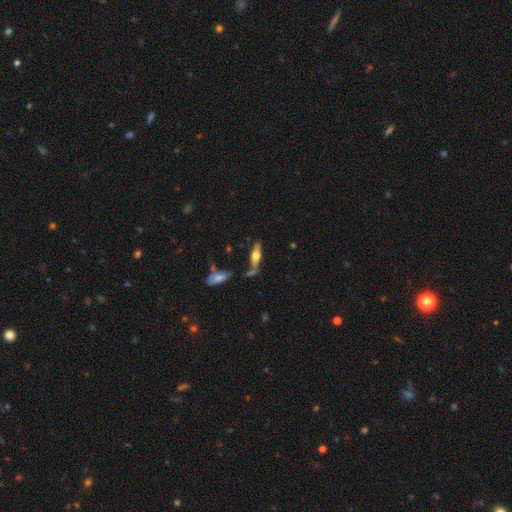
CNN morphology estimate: A featured or disk galaxy (50%) viewed edge-on (87%).

Vote fractions:
- Smooth or featured? featured or disk: 50% / smooth: 43% / star or artifact: 7%
- Edge-on disk? yes: 87% / no: 13%
- Merging? none: 63% / minor disturbance: 16% / merger: 16% / major disturbance: 5%